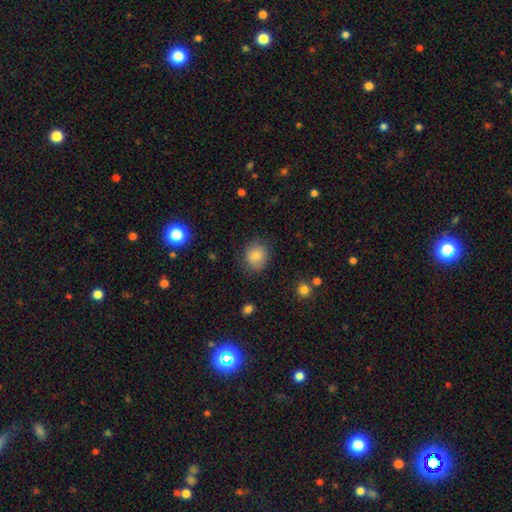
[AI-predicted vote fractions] Q: Smooth or featured?
A: smooth (80%); runner-up: star or artifact (10%)
Q: How rounded?
A: round (74%); runner-up: in between (25%)
Q: Merging?
A: none (79%); runner-up: minor disturbance (15%)